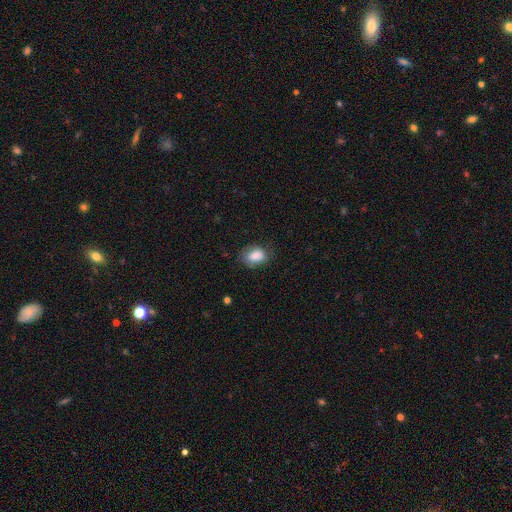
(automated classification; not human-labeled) The model was most divided on "merging": none: 68%, minor disturbance: 24%, major disturbance: 7%, merger: 1%. More confident: smooth or featured — smooth (85%); how rounded — in between (78%).